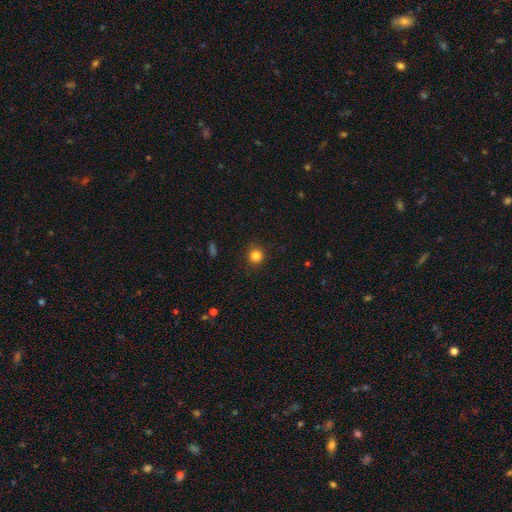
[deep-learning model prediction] Morphology: type=smooth (83%); roundness=round (88%); merging=none (88%).